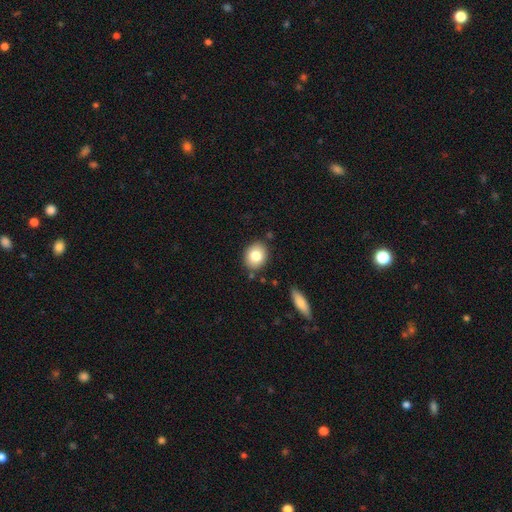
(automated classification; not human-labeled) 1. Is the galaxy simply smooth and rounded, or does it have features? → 79% smooth, 12% featured or disk, 9% star or artifact.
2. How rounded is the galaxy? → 57% round, 42% in between, 1% cigar-shaped.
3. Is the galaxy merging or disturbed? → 85% none, 10% minor disturbance, 3% merger, 2% major disturbance.